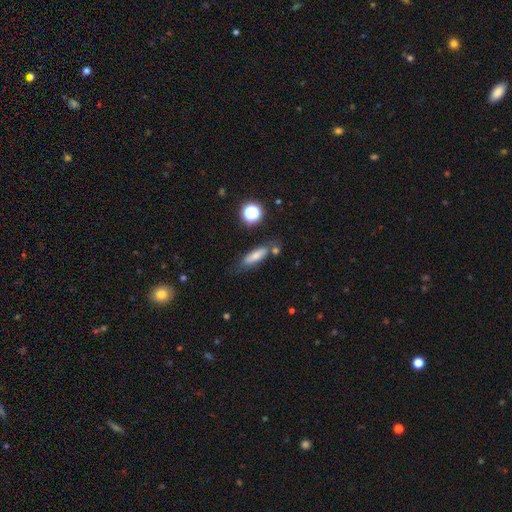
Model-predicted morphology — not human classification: A smooth galaxy with no disk features (70%) that is cigar-shaped (51%). Merging: none (65%).